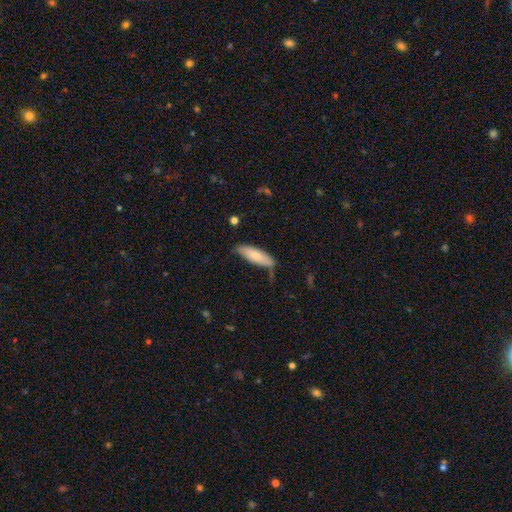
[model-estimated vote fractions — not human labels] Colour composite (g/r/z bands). It shows a smooth galaxy with no disk features (77%) that is cigar-shaped (50%). Merging: none (65%).